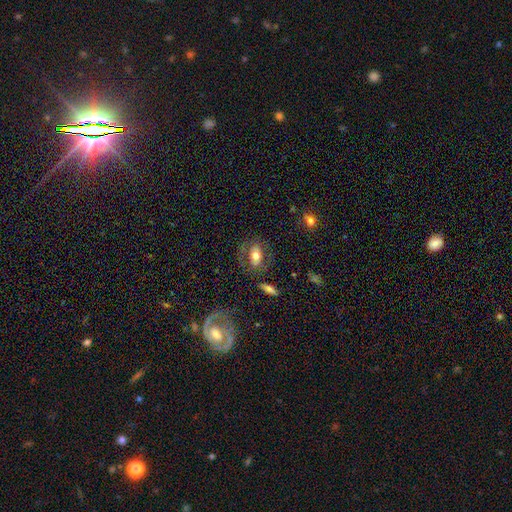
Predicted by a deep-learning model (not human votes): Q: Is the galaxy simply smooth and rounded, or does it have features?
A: smooth — 56%.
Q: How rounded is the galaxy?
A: in between — 81%.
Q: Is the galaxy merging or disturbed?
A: none — 72%.